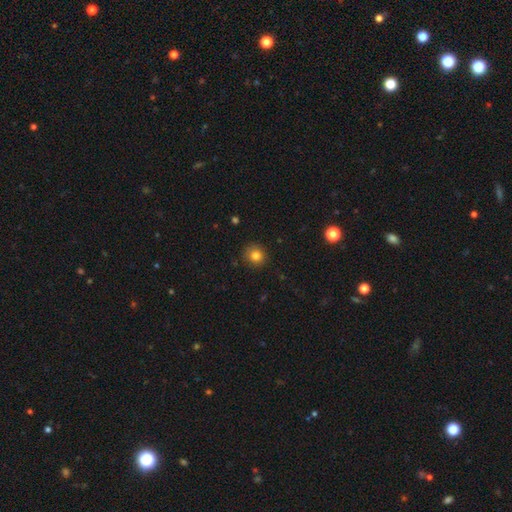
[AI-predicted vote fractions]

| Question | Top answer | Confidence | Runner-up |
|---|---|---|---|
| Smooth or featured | smooth | 81% | star or artifact (12%) |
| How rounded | round | 90% | in between (9%) |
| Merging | none | 89% | minor disturbance (7%) |